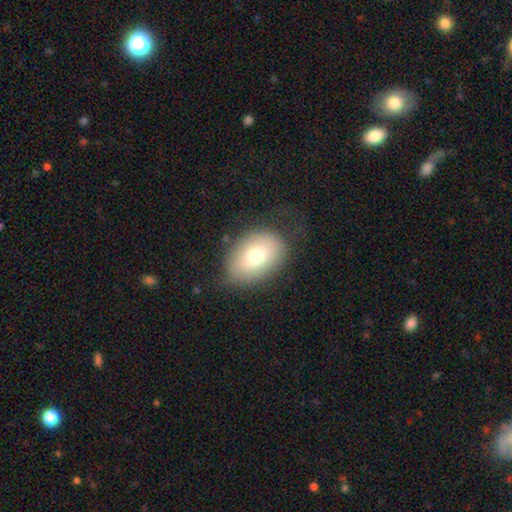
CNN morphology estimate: Smooth or featured? Predicted: smooth (p=0.71). How rounded? Predicted: in between (p=0.80). Merging? Predicted: none (p=0.68).